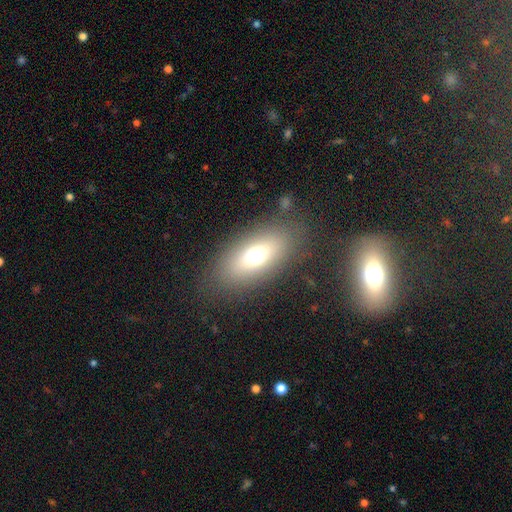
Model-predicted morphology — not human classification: The model was most divided on "smooth or featured": smooth: 66%, featured or disk: 20%, star or artifact: 14%. More confident: how rounded — in between (82%); merging — none (80%).